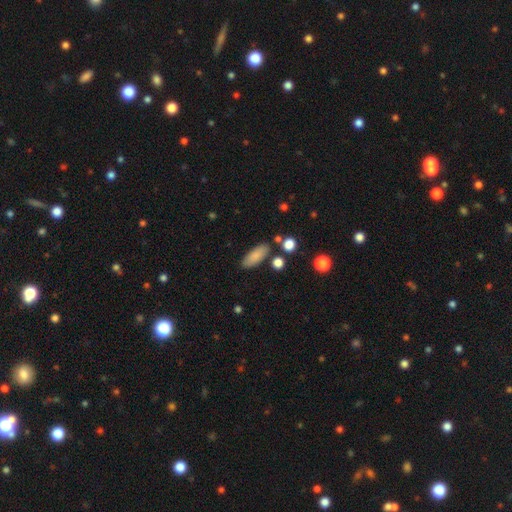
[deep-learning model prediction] smooth 84%, featured or disk 9%, star or artifact 7%. Down the decision tree: how rounded — in between (73%); merging — none (81%).